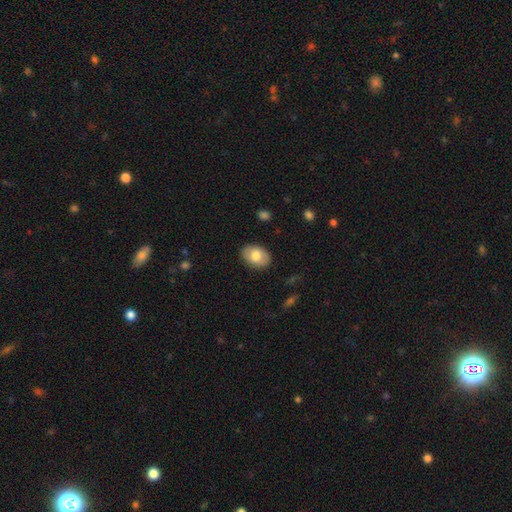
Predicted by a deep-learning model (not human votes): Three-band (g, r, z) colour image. It shows a smooth galaxy with no disk features (74%) that is in between round and cigar-shaped (84%). Merging: none (87%).